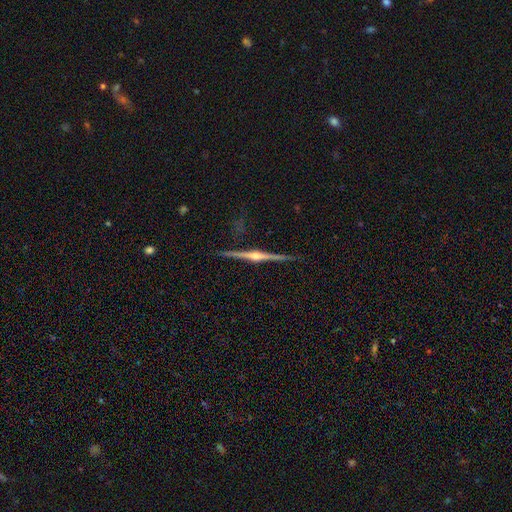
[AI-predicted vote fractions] Smooth or featured: featured or disk — 88% (smooth — 7%)
Edge-on disk: yes — 99% (no — 1%)
Edge-on bulge: rounded — 91% (boxy — 5%)
Merging: none — 89% (minor disturbance — 8%)